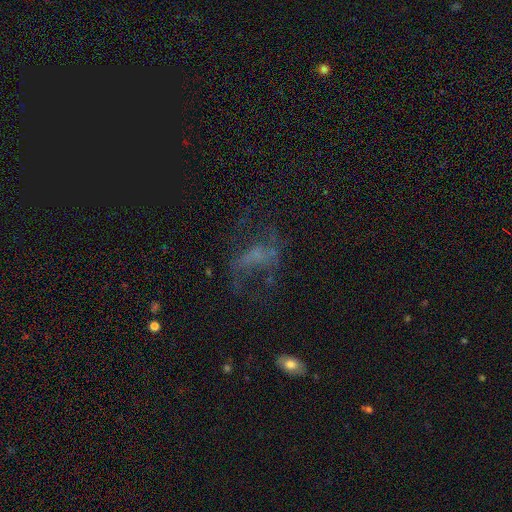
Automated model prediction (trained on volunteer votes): smooth_or_featured: featured or disk (p=0.53) [alt: smooth p=0.24]
disk_edge_on: no (p=0.95) [alt: yes p=0.05]
bar: no (p=0.67) [alt: weak p=0.24]
has_spiral_arms: no (p=0.62) [alt: yes p=0.38]
bulge_size: none (p=0.60) [alt: small p=0.26]
merging: major disturbance (p=0.40) [tied with: none p=0.40]